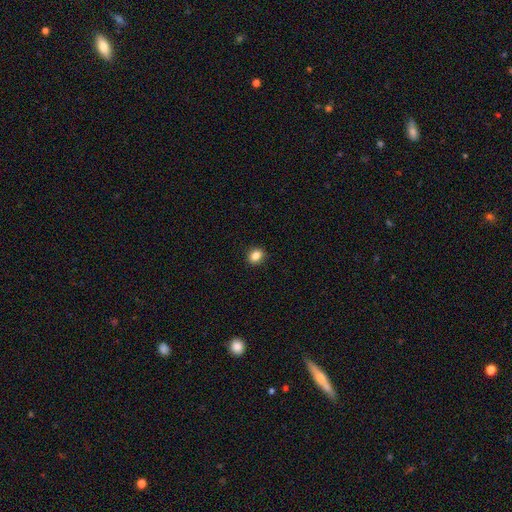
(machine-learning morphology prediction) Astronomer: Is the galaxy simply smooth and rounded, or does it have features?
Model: smooth — 85%.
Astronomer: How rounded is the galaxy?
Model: round — 56% (runner-up: in between, 43%).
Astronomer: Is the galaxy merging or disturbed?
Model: none — 91%.